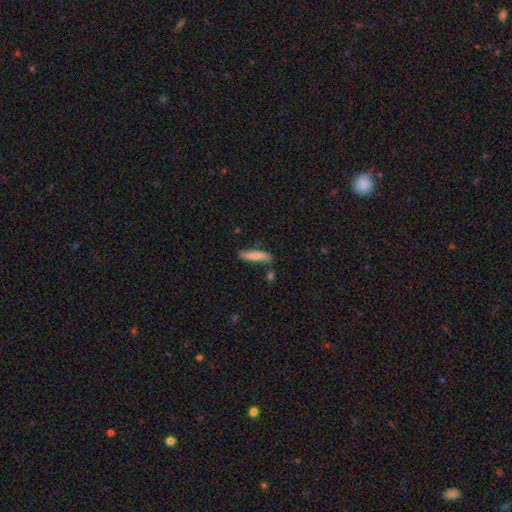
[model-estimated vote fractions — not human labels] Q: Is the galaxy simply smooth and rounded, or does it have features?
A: smooth — 76%.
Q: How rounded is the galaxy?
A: cigar-shaped — 82%.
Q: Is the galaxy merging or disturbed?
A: none — 68%.